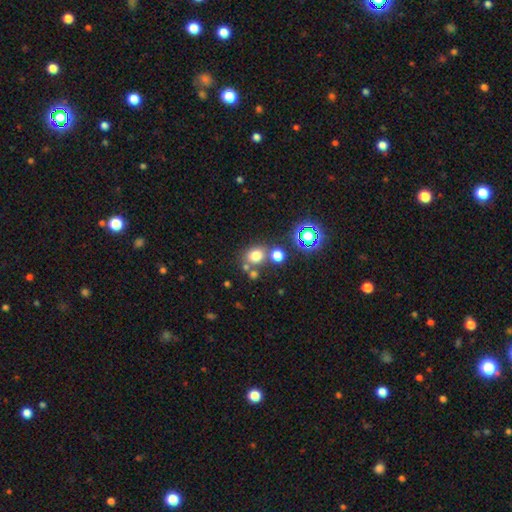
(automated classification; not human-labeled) This appears to be a smooth galaxy with no disk features (73%) that is round (67%). Merging: none (66%).